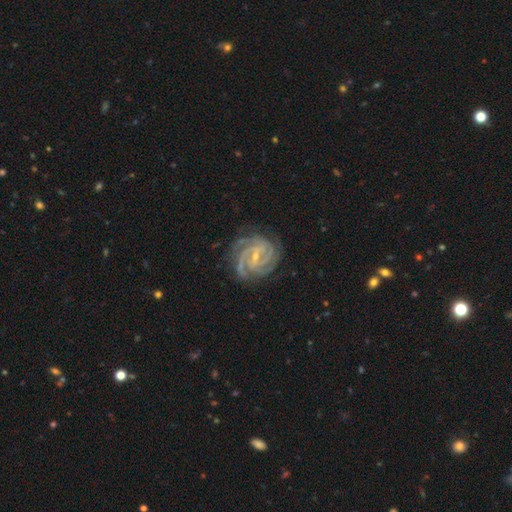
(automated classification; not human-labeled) Smooth or featured? featured or disk (93%)
Edge-on disk? no (98%)
Bar? weak (46%)
Spiral arms? yes (99%)
Spiral winding? tight (76%)
Spiral arm count? 4 (35%)
Bulge size? small (73%)
Merging? none (81%)